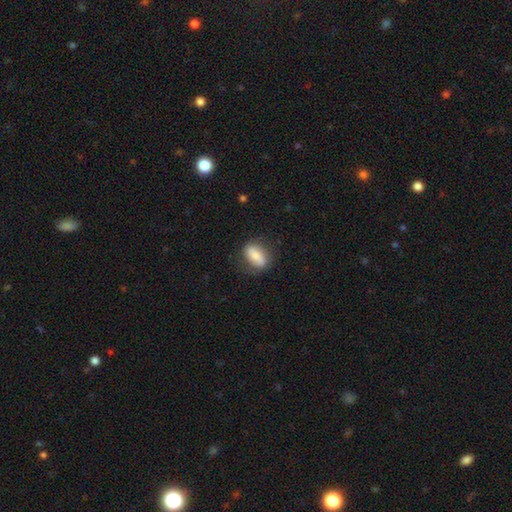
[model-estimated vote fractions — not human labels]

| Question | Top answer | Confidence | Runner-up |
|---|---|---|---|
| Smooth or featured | smooth | 69% | featured or disk (24%) |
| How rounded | in between | 80% | round (10%) |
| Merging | none | 75% | minor disturbance (17%) |